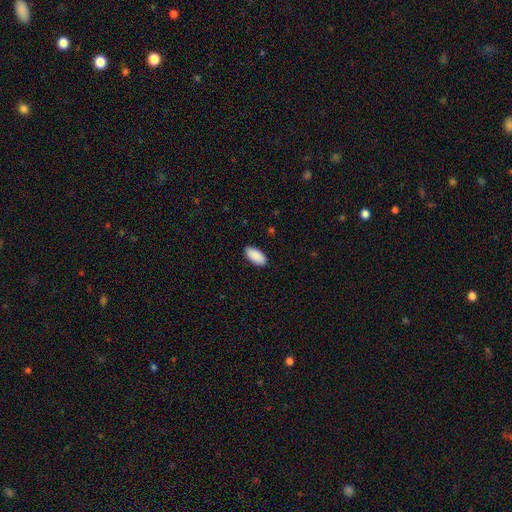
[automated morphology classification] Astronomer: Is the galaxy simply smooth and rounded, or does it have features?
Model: smooth — 91%.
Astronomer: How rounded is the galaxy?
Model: in between — 93%.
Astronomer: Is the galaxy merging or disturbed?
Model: none — 89%.